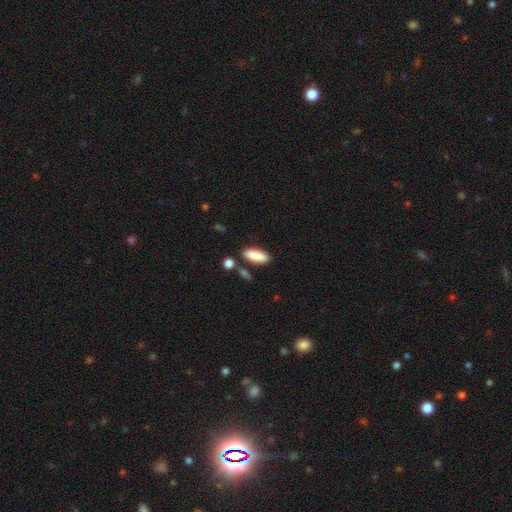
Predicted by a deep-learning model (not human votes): Smooth or featured?
  - smooth: 88% *
  - featured or disk: 6%
  - star or artifact: 6%
How rounded?
  - in between: 71% *
  - cigar-shaped: 27%
  - round: 2%
Merging?
  - none: 78% *
  - minor disturbance: 11%
  - merger: 8%
  - major disturbance: 3%